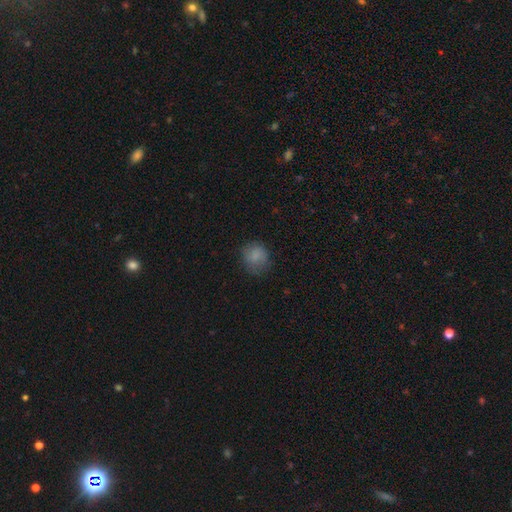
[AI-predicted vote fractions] smooth-or-featured: smooth: 82% | star or artifact: 10% | featured or disk: 8%
  how-rounded: round: 74% | in between: 25% | cigar-shaped: 1%
  merging: none: 72% | minor disturbance: 20% | major disturbance: 7% | merger: 1%